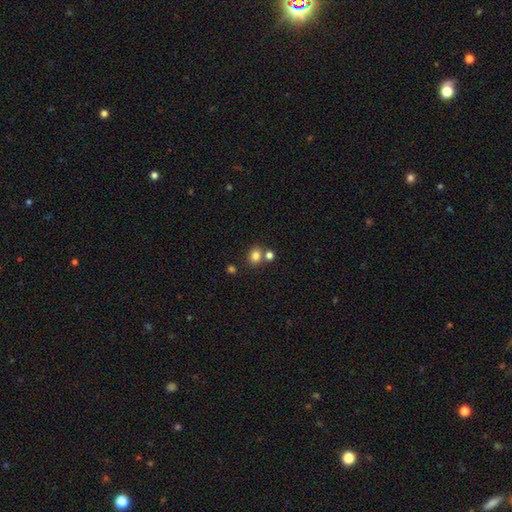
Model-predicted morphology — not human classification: The model was most divided on "how rounded": round: 65%, in between: 34%, cigar-shaped: 1%. More confident: smooth or featured — smooth (81%); merging — none (66%).